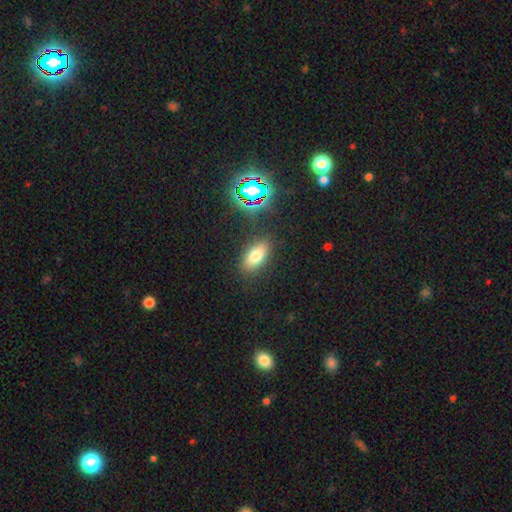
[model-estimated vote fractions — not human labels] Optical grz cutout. It shows a smooth galaxy with no disk features (71%) that is in between round and cigar-shaped (84%). Merging: none (86%).